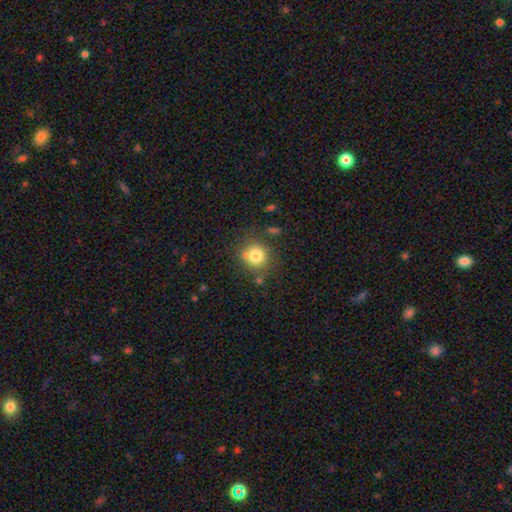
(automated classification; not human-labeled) Smooth or featured: smooth — 81% (star or artifact — 11%)
How rounded: round — 87% (in between — 12%)
Merging: none — 73% (minor disturbance — 15%)